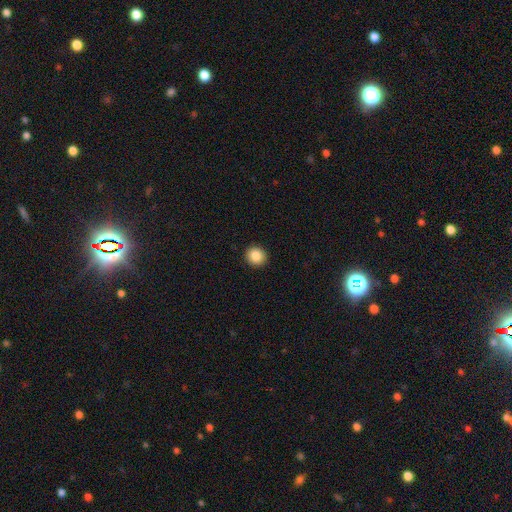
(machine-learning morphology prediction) Smooth or featured? smooth (86%)
How rounded? round (90%)
Merging? none (93%)